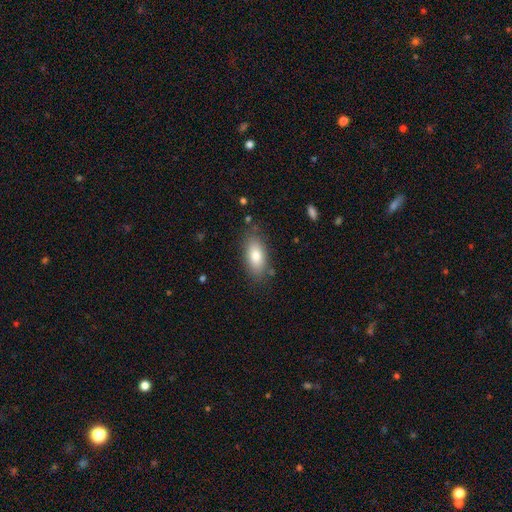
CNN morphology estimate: type=smooth (80%); roundness=in between (86%); merging=none (80%).